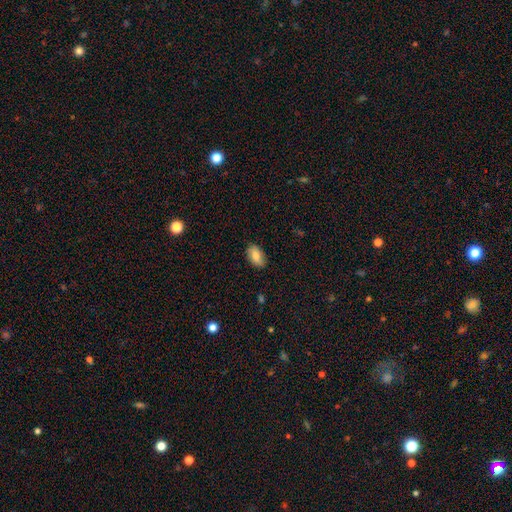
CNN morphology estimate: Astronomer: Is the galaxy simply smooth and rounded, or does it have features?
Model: smooth — 76%.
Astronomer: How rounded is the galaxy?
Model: in between — 92%.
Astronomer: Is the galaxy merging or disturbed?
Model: none — 84%.